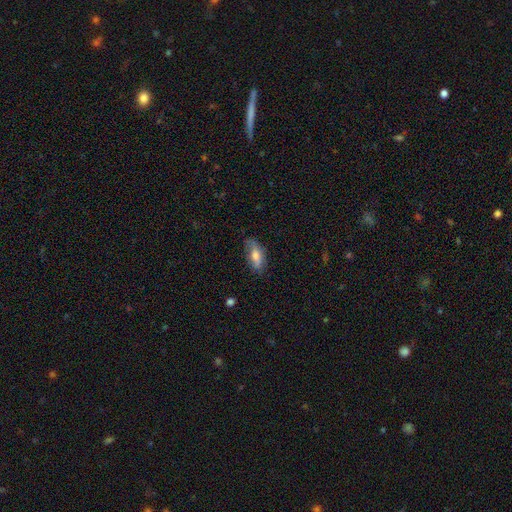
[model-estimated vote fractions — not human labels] Smooth or featured? Predicted: smooth (p=0.62). How rounded? Predicted: in between (p=0.79). Merging? Predicted: none (p=0.68).